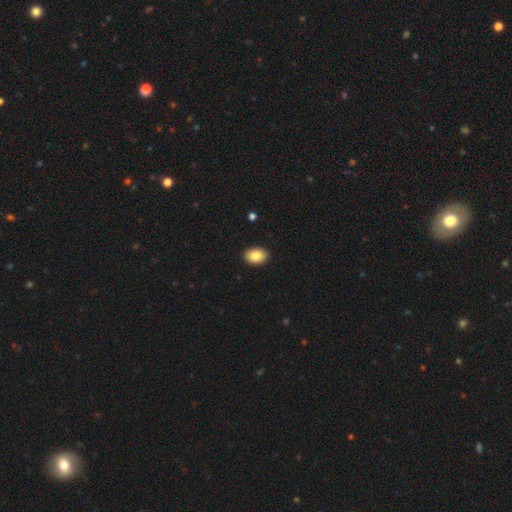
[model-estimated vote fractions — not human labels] smooth-or-featured: smooth: 87% | star or artifact: 7% | featured or disk: 5%
  how-rounded: in between: 80% | round: 19% | cigar-shaped: 1%
  merging: none: 91% | minor disturbance: 6% | major disturbance: 2% | merger: 1%